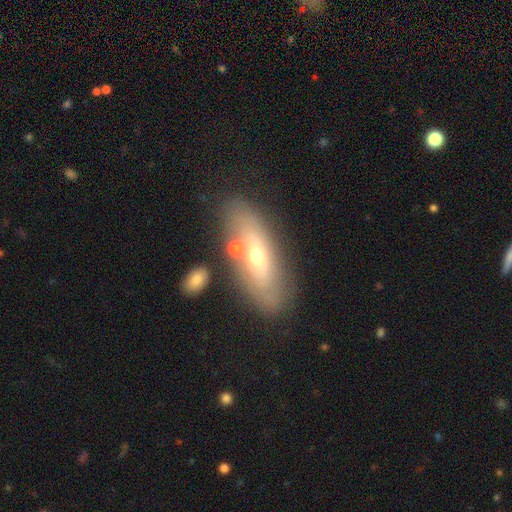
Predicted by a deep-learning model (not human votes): Overall: featured or disk (51%; smooth 40%). Edge-on disk: no (65%; yes 35%). Merging: none (72%).